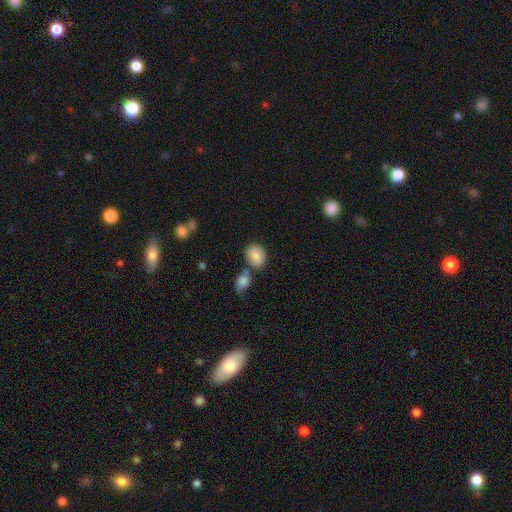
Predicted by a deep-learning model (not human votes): Smooth or featured: smooth — 84% (featured or disk — 8%)
How rounded: in between — 57% (round — 41%)
Merging: none — 59% (merger — 21%)